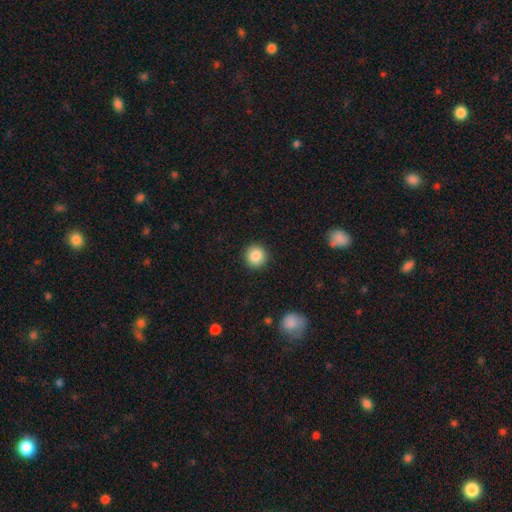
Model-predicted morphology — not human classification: type=smooth (86%); roundness=round (94%); merging=none (92%).